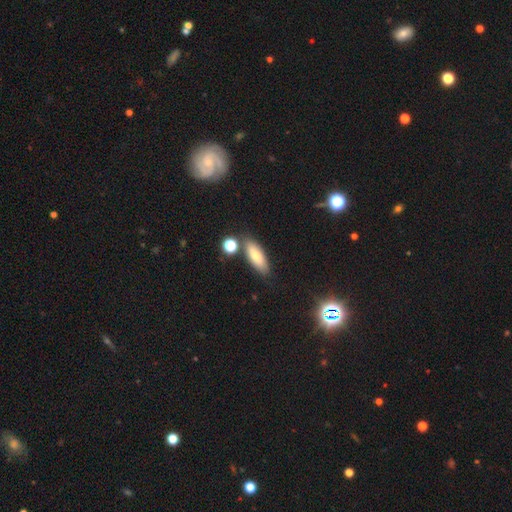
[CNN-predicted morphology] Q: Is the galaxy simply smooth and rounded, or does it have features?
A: smooth — 75%.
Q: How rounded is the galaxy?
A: in between — 68%.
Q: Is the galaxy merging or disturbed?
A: none — 76%.